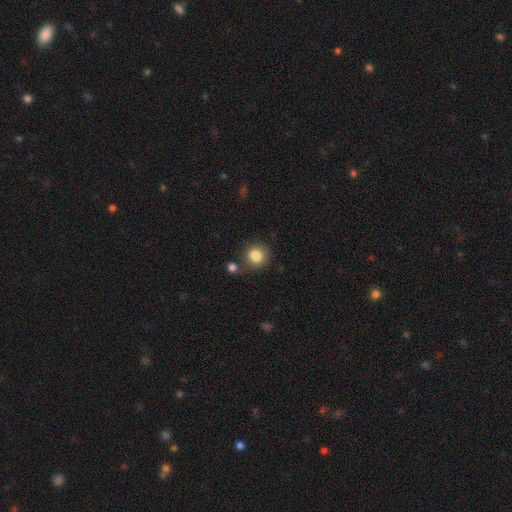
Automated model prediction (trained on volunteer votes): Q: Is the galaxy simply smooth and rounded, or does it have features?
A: smooth — 84%.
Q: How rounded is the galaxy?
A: round — 88%.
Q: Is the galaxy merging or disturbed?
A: none — 76%.